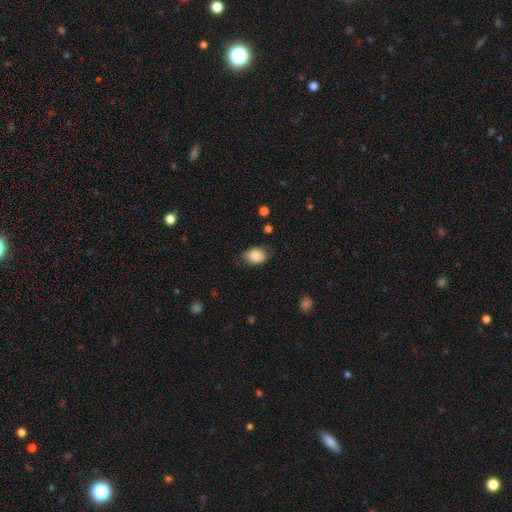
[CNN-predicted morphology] Q: Smooth or featured?
A: smooth (87%); runner-up: star or artifact (8%)
Q: How rounded?
A: in between (64%); runner-up: round (35%)
Q: Merging?
A: none (69%); runner-up: minor disturbance (24%)